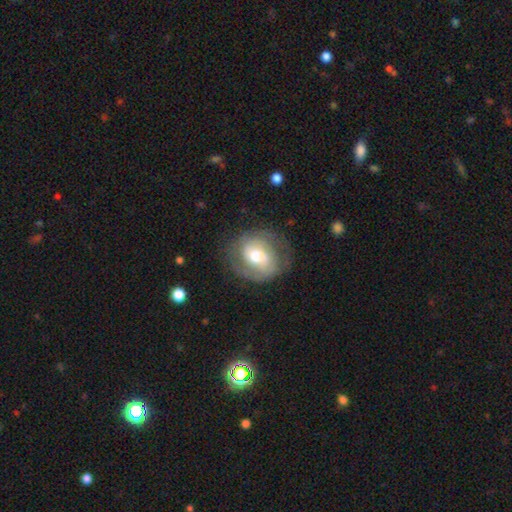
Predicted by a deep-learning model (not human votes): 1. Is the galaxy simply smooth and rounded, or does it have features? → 61% featured or disk, 32% smooth, 7% star or artifact.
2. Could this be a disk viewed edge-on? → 97% no, 3% yes.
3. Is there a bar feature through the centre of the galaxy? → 46% no, 40% weak, 14% strong.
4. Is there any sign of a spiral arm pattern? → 75% yes, 25% no.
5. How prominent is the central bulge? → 69% moderate, 15% small, 13% large, 1% dominant, 1% none.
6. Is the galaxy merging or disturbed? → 70% none, 18% minor disturbance, 11% major disturbance, 1% merger.